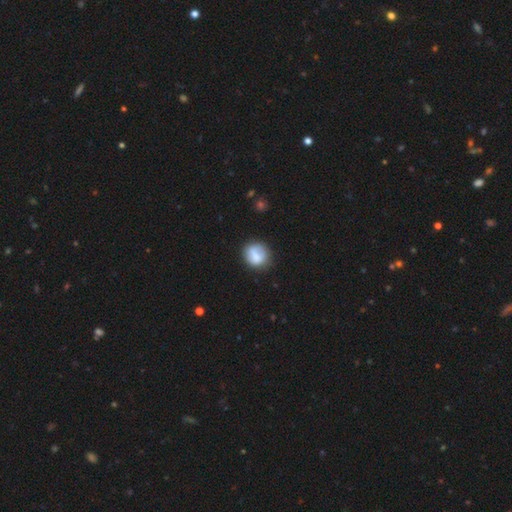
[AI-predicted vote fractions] Smooth or featured?
  - smooth: 72% *
  - featured or disk: 21%
  - star or artifact: 8%
How rounded?
  - round: 80% *
  - in between: 19%
  - cigar-shaped: 1%
Merging?
  - none: 66% *
  - minor disturbance: 21%
  - major disturbance: 7%
  - merger: 6%